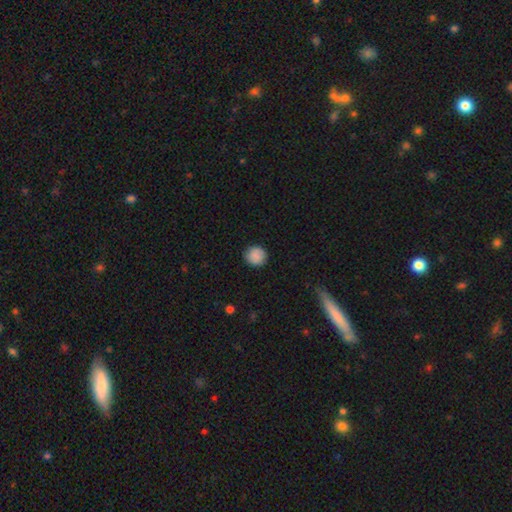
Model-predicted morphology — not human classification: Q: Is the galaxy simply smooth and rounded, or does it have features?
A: smooth — 89%.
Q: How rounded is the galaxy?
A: round — 92%.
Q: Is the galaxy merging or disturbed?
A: none — 89%.